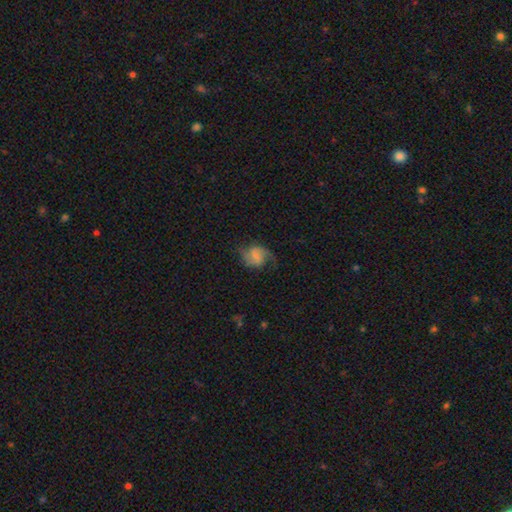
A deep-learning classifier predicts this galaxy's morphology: This is likely a featured or disk galaxy (66%). It is clearly not viewed edge-on (98%). Bar: possibly no (45%). Spiral arm pattern: clearly yes (93%). Spiral arm count: clearly 2 (88%). Spiral winding: marginally loose (44%). Central bulge: possibly small (47%). Merging: likely none (65%).